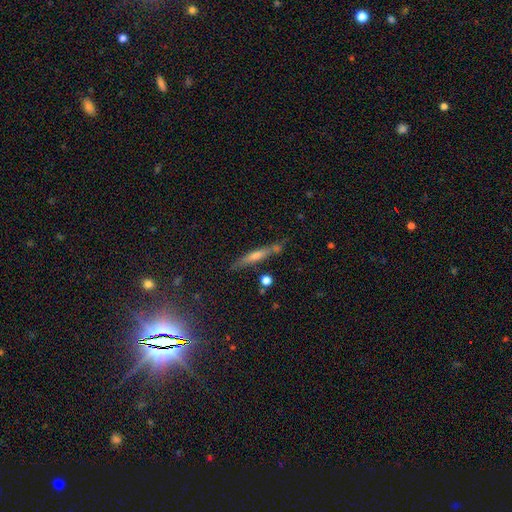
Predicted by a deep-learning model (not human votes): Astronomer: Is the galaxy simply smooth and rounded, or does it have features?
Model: featured or disk — 50% (runner-up: smooth, 37%).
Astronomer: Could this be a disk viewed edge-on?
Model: yes — 91%.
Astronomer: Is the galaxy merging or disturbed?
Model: none — 75%.